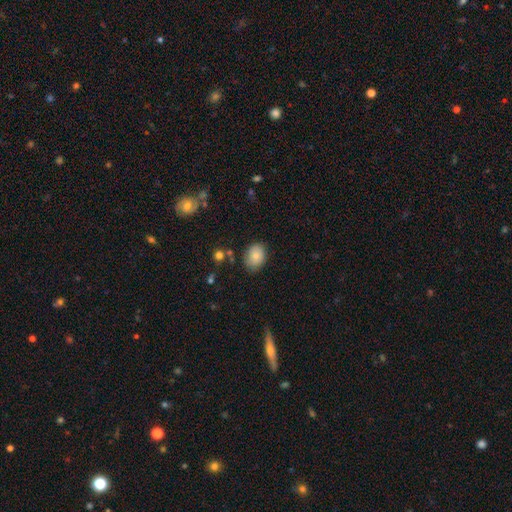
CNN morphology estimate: Overall: smooth (82%). How rounded: in between (69%; round 30%). Merging: none (78%).